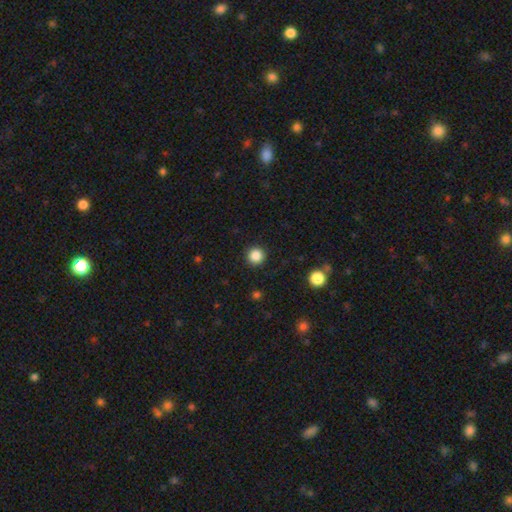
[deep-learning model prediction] A smooth galaxy with no disk features (86%) that is round (96%).

Vote fractions:
- Smooth or featured? smooth: 86% / star or artifact: 11% / featured or disk: 3%
- How rounded? round: 96% / in between: 3% / cigar-shaped: 1%
- Merging? none: 93% / minor disturbance: 5% / major disturbance: 2% / merger: 1%